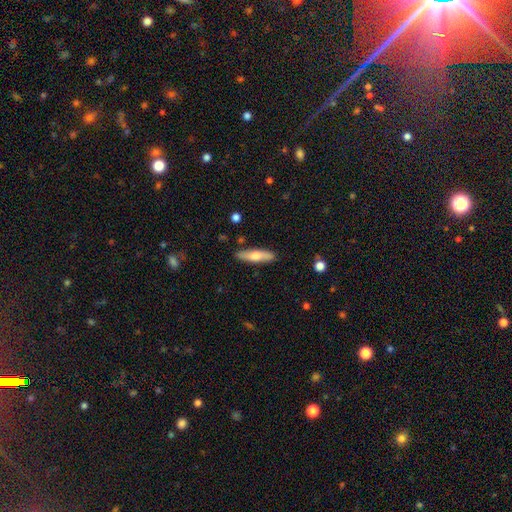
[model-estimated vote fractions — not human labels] smooth 63%, featured or disk 31%, star or artifact 6%. Down the decision tree: how rounded — cigar-shaped (74%); merging — none (86%).